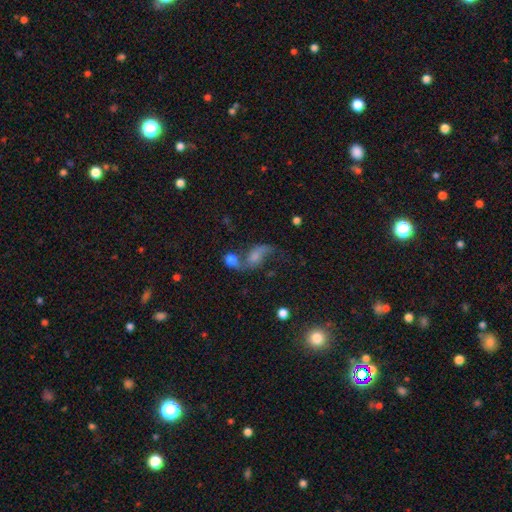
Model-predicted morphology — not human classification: Q: Smooth or featured?
A: featured or disk (49%); runner-up: smooth (39%)
Q: Merging?
A: merger (46%); runner-up: none (25%)